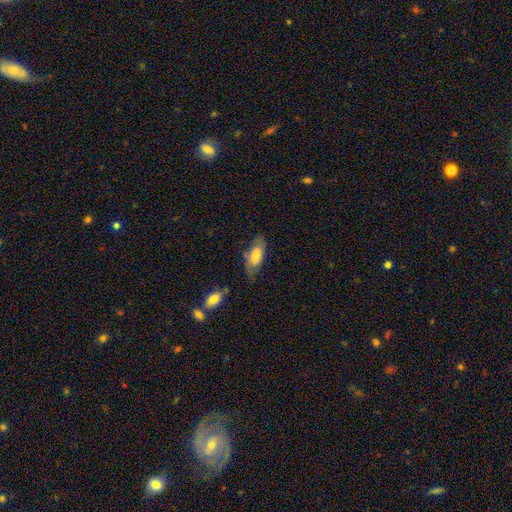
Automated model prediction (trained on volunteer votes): smooth 71%, featured or disk 22%, star or artifact 6%. Down the decision tree: how rounded — in between (84%); merging — none (67%).